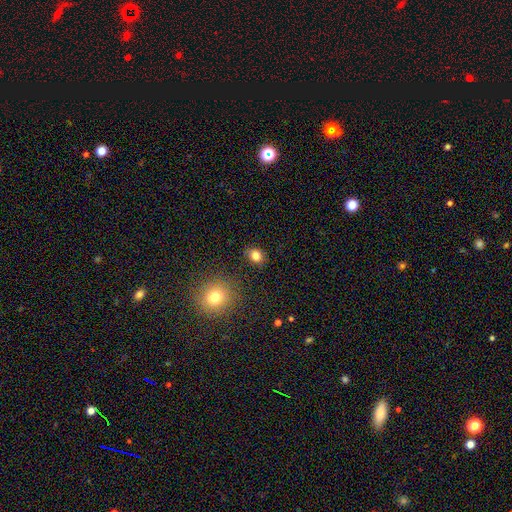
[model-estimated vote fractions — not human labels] The model was most divided on "how rounded": round: 55%, in between: 44%, cigar-shaped: 1%. More confident: merging — none (83%); smooth or featured — smooth (82%).